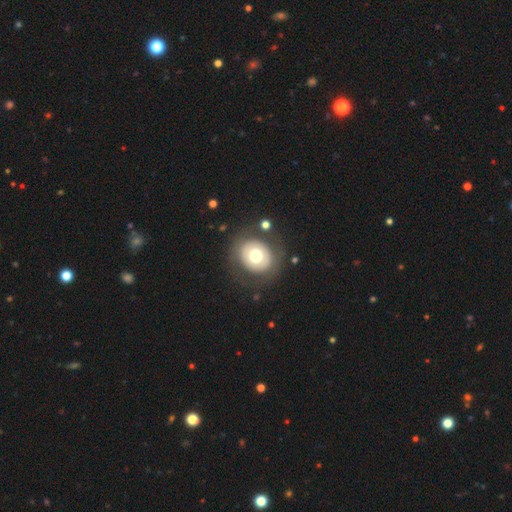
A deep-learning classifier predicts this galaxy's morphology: This is likely a smooth galaxy (60%). How rounded: likely round (77%). Merging: clearly none (81%).